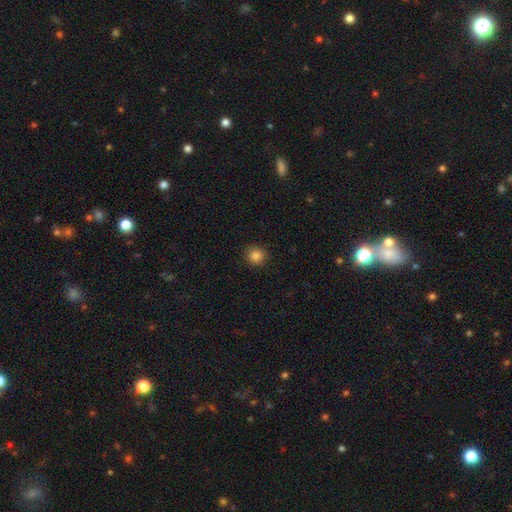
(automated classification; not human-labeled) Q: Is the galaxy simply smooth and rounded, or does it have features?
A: smooth — 85%.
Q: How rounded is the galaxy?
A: round — 92%.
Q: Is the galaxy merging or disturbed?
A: none — 91%.